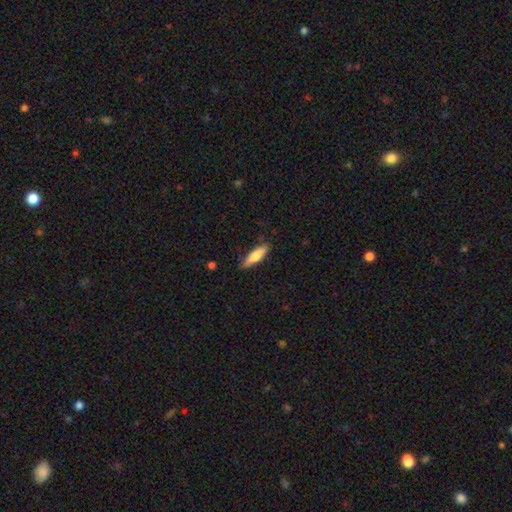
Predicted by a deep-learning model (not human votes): smooth-or-featured: smooth: 75% | featured or disk: 19% | star or artifact: 6%
  how-rounded: cigar-shaped: 60% | in between: 38% | round: 2%
  merging: none: 82% | minor disturbance: 14% | major disturbance: 3% | merger: 1%